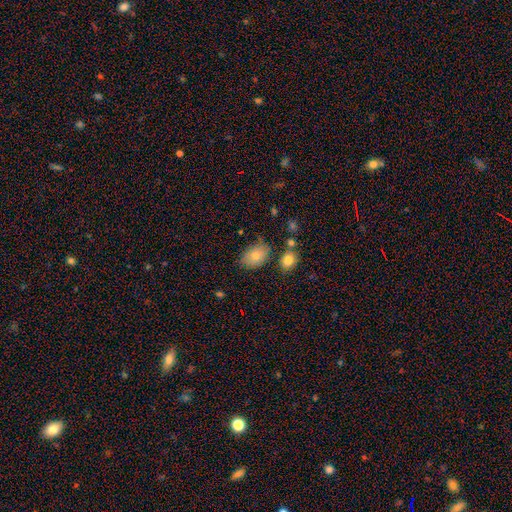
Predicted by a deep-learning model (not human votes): A smooth galaxy with no disk features (80%) that is in between round and cigar-shaped (85%). Merging: none (70%).